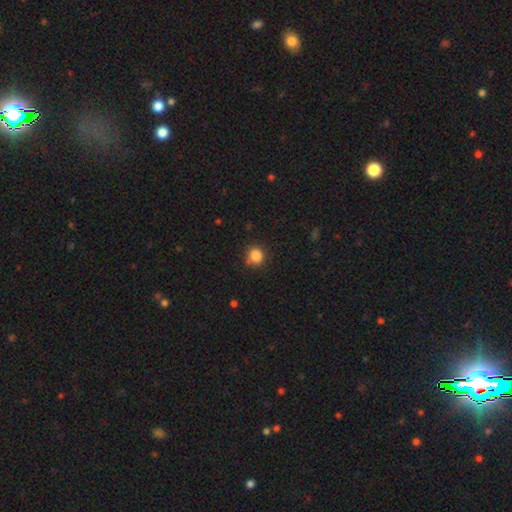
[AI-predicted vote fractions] A smooth galaxy with no disk features (84%) that is round (87%). Merging: none (77%).